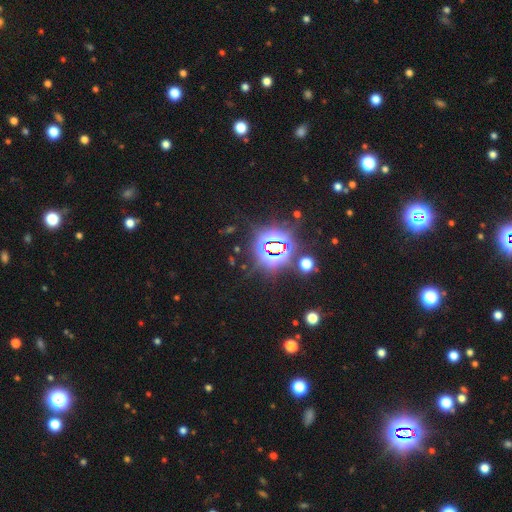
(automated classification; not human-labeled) This appears to be a star or artifact, not a galaxy (78%).